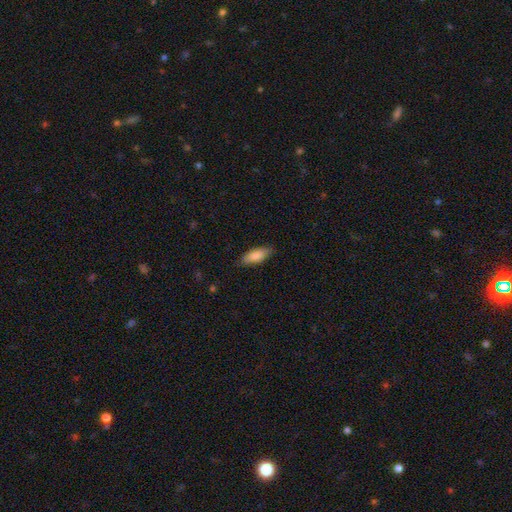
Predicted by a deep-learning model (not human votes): smooth 84%, featured or disk 10%, star or artifact 6%. Down the decision tree: how rounded — in between (74%); merging — none (83%).